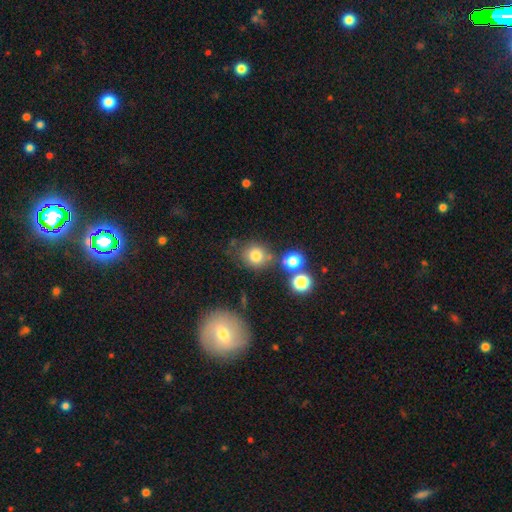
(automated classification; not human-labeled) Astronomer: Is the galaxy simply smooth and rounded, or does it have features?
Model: smooth — 78%.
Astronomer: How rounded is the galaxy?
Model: round — 79%.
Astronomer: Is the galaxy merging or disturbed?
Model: none — 66%.